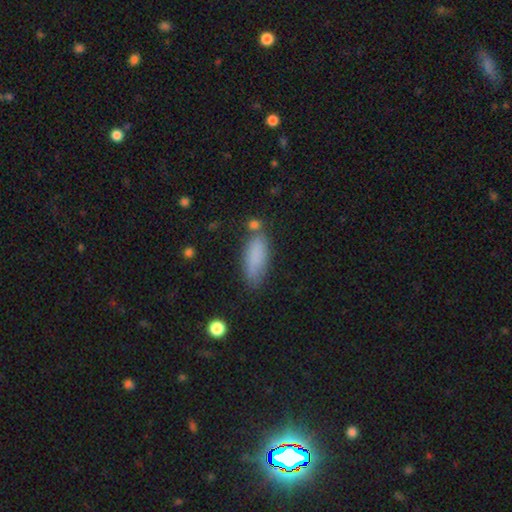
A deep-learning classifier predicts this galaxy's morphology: The model was most divided on "how rounded": in between: 69%, cigar-shaped: 29%, round: 2%. More confident: smooth or featured — smooth (84%); merging — none (67%).